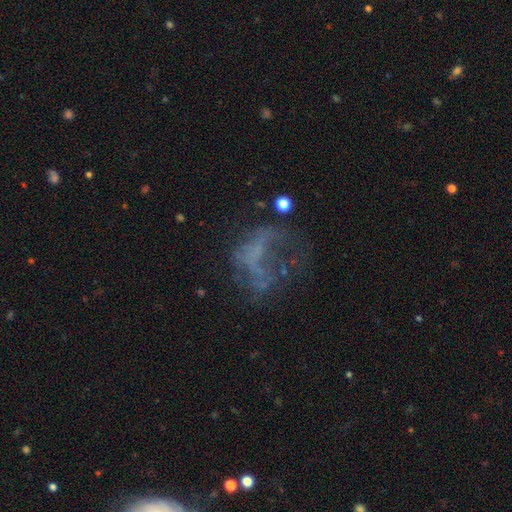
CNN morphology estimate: smooth-or-featured: featured or disk: 52% | star or artifact: 25% | smooth: 24%
  disk-edge-on: no: 97% | yes: 3%
    bar: no: 88% | weak: 8% | strong: 3%
    has-spiral-arms: no: 87% | yes: 13%
    bulge-size: none: 82% | small: 11% | moderate: 4% | large: 2% | dominant: 1%
  merging: major disturbance: 46% | none: 32% | minor disturbance: 15% | merger: 7%